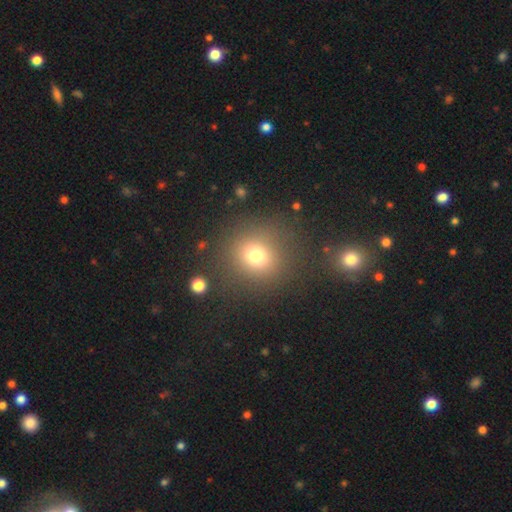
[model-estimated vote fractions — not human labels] smooth-or-featured: smooth: 73% | star or artifact: 18% | featured or disk: 10%
  how-rounded: round: 86% | in between: 13% | cigar-shaped: 1%
  merging: none: 81% | minor disturbance: 9% | major disturbance: 6% | merger: 3%